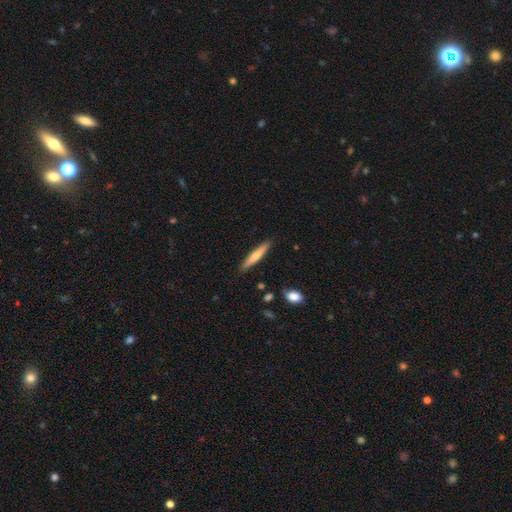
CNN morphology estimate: Q: Smooth or featured?
A: smooth (60%); runner-up: featured or disk (34%)
Q: How rounded?
A: cigar-shaped (92%); runner-up: in between (7%)
Q: Merging?
A: none (86%); runner-up: minor disturbance (10%)